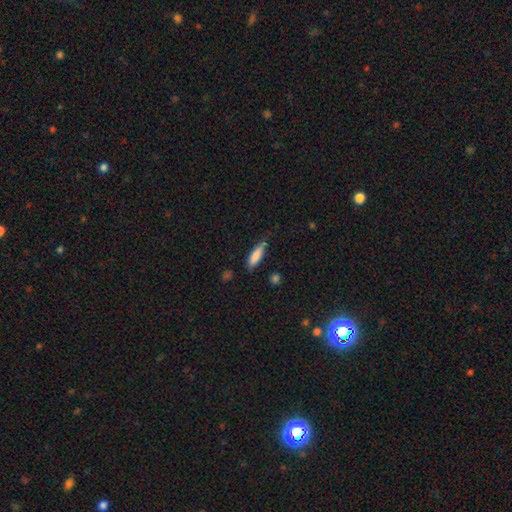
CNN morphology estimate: Overall: smooth (83%). How rounded: cigar-shaped (60%; in between 39%). Merging: none (71%).